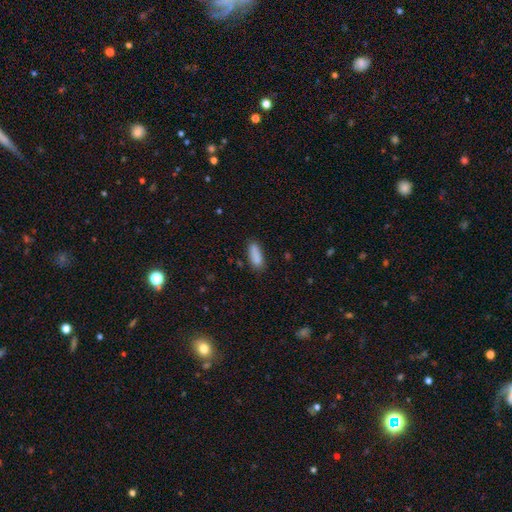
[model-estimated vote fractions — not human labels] Morphology: type=smooth (87%); roundness=in between (67%); merging=none (76%).